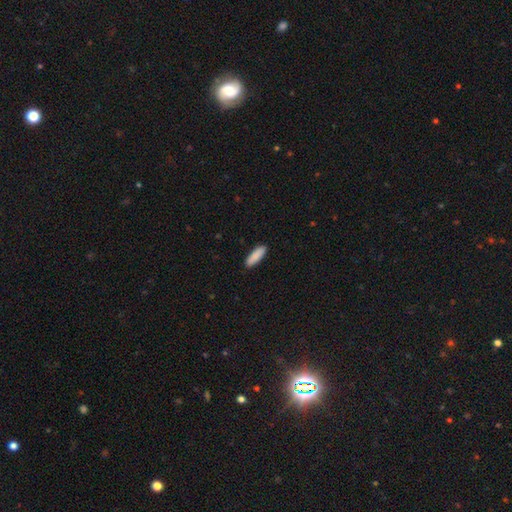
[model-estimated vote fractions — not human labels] smooth_or_featured: smooth (p=0.89) [alt: star or artifact p=0.06]
how_rounded: cigar-shaped (p=0.52) [alt: in between p=0.47]
merging: none (p=0.89) [alt: minor disturbance p=0.08]